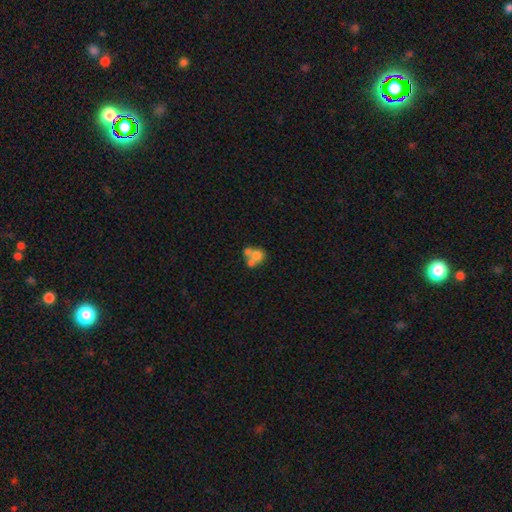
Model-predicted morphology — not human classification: Smooth or featured? Predicted: smooth (p=0.64). How rounded? Predicted: round (p=0.77). Merging? Predicted: merger (p=0.59).